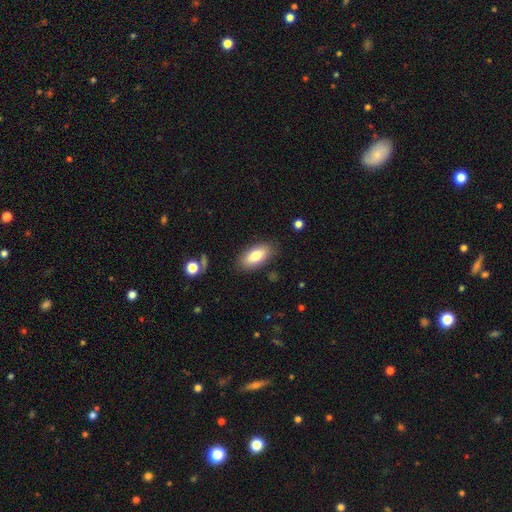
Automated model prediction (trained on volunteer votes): smooth-or-featured: smooth: 78% | featured or disk: 15% | star or artifact: 7%
  how-rounded: in between: 88% | cigar-shaped: 9% | round: 3%
  merging: none: 85% | minor disturbance: 11% | major disturbance: 3% | merger: 2%